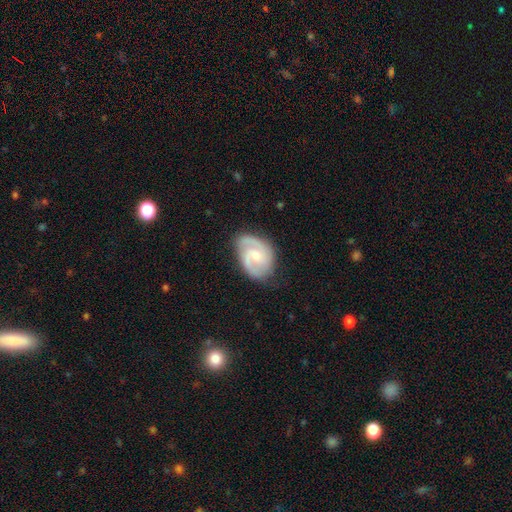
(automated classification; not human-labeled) A featured or disk galaxy (83%) with no bar (48%), 2 (78%) medium (49%) spiral arms (96%) and a small central bulge (48%).

Vote fractions:
- Smooth or featured? featured or disk: 83% / smooth: 13% / star or artifact: 5%
- Edge-on disk? no: 97% / yes: 3%
- Bar? no: 48% / weak: 45% / strong: 7%
- Spiral arms? yes: 96% / no: 4%
- Spiral winding? medium: 49% / tight: 39% / loose: 12%
- Spiral arm count? 2: 78% / can't tell: 8% / 3: 7% / 1: 4% / 4: 1% / more than 4: 1%
- Bulge size? small: 48% / moderate: 47% / none: 3% / large: 2% / dominant: 1%
- Merging? none: 72% / minor disturbance: 20% / major disturbance: 6% / merger: 1%